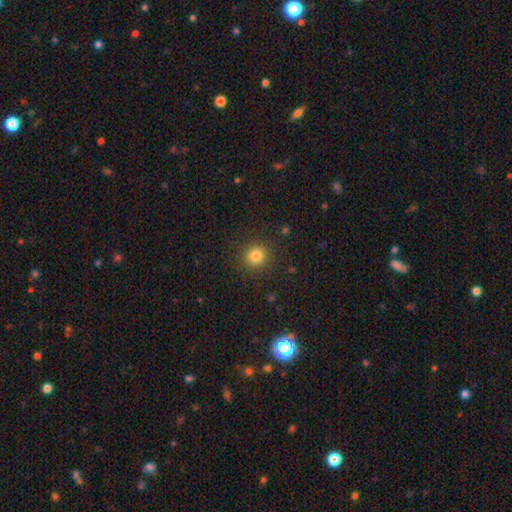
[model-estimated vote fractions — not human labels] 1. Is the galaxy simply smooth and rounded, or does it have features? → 81% smooth, 13% star or artifact, 6% featured or disk.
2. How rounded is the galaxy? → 90% round, 9% in between, 1% cigar-shaped.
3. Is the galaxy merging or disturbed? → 89% none, 7% minor disturbance, 3% major disturbance, 1% merger.